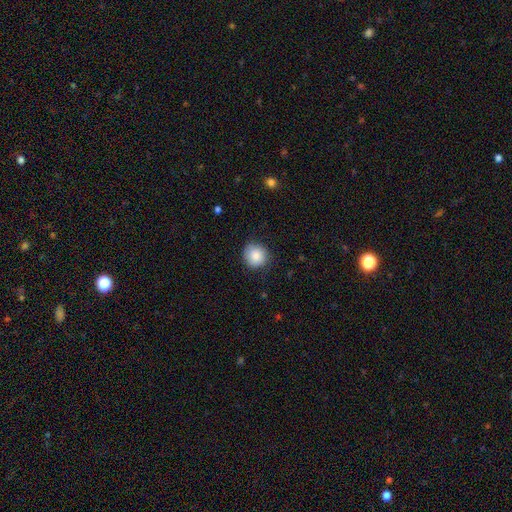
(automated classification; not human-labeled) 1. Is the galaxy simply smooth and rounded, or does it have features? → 85% smooth, 8% star or artifact, 7% featured or disk.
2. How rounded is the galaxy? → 89% round, 10% in between, 1% cigar-shaped.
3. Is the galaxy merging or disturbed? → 80% none, 16% minor disturbance, 3% major disturbance, 1% merger.